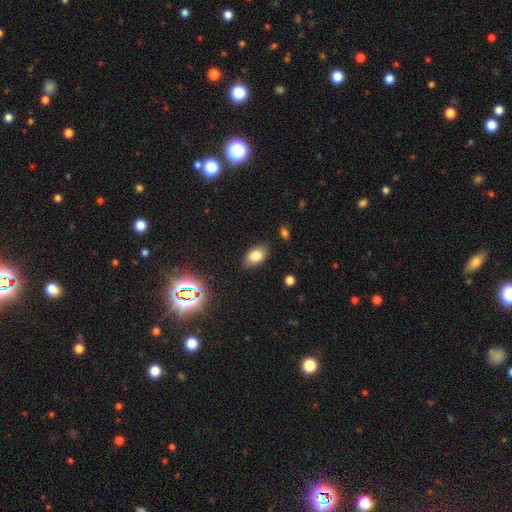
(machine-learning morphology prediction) Overall: smooth (80%). How rounded: in between (89%). Merging: none (85%).